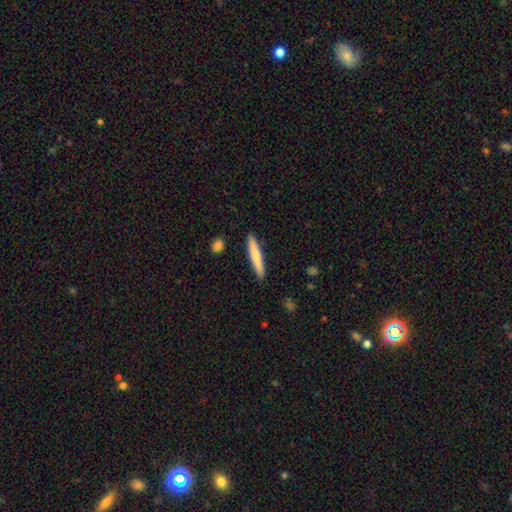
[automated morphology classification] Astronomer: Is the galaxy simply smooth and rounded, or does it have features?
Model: smooth — 74%.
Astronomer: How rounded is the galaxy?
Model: cigar-shaped — 94%.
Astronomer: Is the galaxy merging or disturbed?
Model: none — 91%.